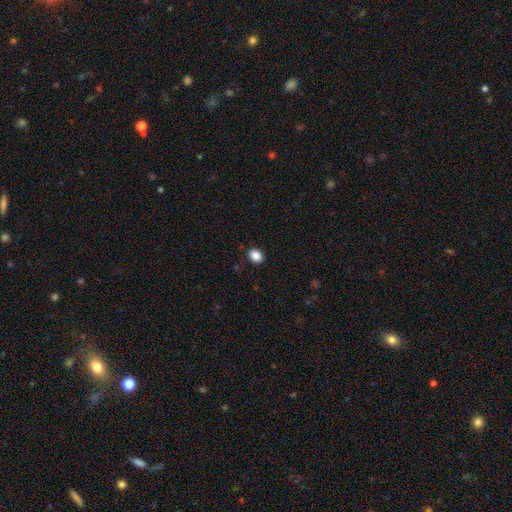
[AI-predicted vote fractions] Q: Smooth or featured?
A: smooth (88%); runner-up: star or artifact (9%)
Q: How rounded?
A: in between (65%); runner-up: round (34%)
Q: Merging?
A: none (88%); runner-up: minor disturbance (9%)